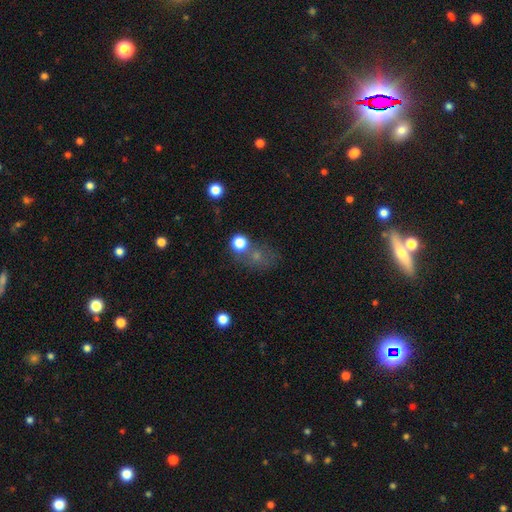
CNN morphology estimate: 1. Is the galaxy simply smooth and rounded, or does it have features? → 54% smooth, 32% star or artifact, 14% featured or disk.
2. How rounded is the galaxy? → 61% round, 37% in between, 2% cigar-shaped.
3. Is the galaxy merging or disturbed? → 51% none, 23% merger, 14% minor disturbance, 12% major disturbance.